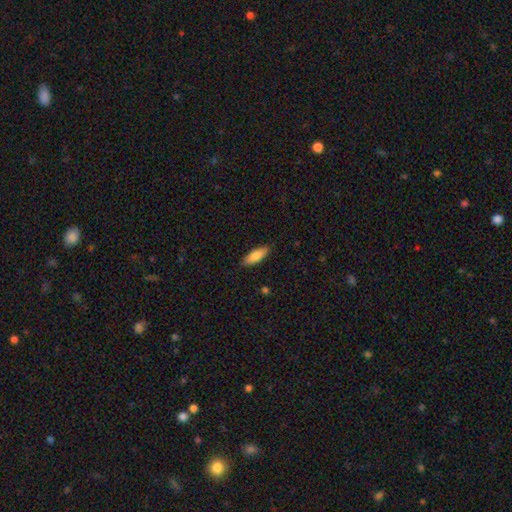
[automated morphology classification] smooth_or_featured: smooth (p=0.82) [alt: featured or disk p=0.12]
how_rounded: in between (p=0.64) [alt: cigar-shaped p=0.34]
merging: none (p=0.87) [alt: minor disturbance p=0.10]